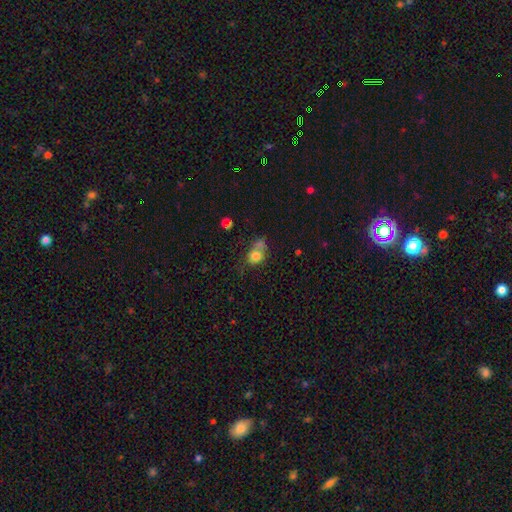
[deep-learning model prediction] Smooth or featured?
  - smooth: 76% *
  - featured or disk: 13%
  - star or artifact: 11%
How rounded?
  - round: 60% *
  - in between: 38%
  - cigar-shaped: 2%
Merging?
  - merger: 35% * (tied)
  - none: 35% * (tied)
  - minor disturbance: 19%
  - major disturbance: 11%